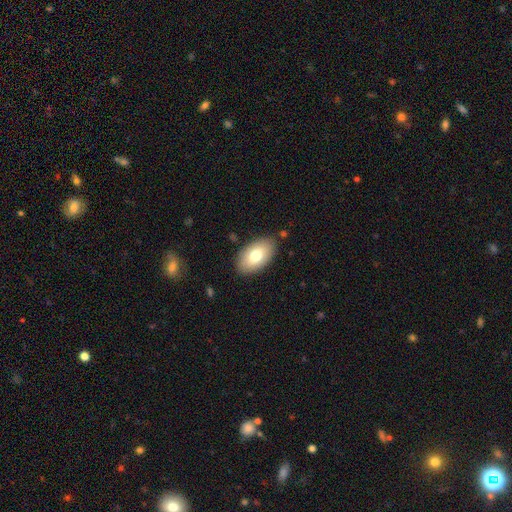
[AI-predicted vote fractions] The model was most divided on "smooth or featured": smooth: 75%, featured or disk: 19%, star or artifact: 7%. More confident: how rounded — in between (94%); merging — none (85%).